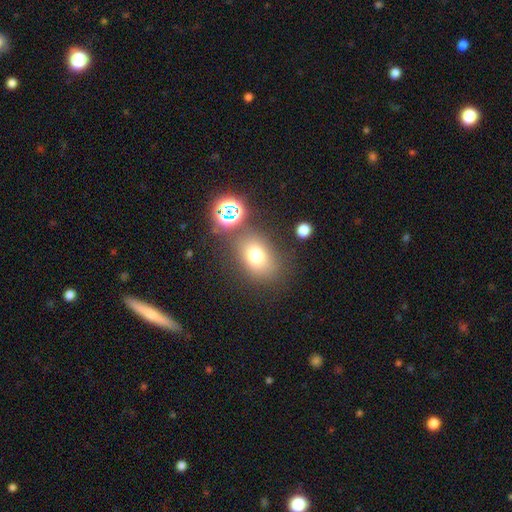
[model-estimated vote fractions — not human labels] Overall: smooth (71%). How rounded: in between (60%; round 39%). Merging: none (74%).